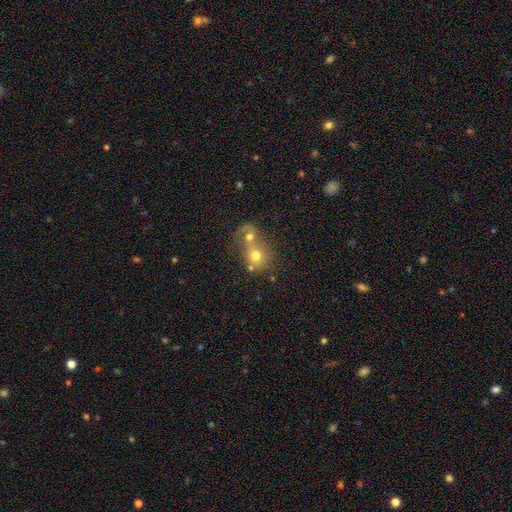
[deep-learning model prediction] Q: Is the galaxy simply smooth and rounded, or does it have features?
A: smooth — 65%.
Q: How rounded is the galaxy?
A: round — 73%.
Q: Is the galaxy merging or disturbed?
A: merger — 72%.